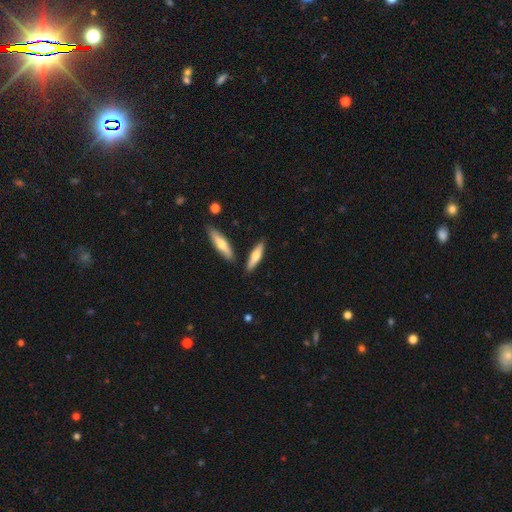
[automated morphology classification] A smooth galaxy with no disk features (57%) that is cigar-shaped (72%).

Vote fractions:
- Smooth or featured? smooth: 57% / featured or disk: 37% / star or artifact: 6%
- How rounded? cigar-shaped: 72% / in between: 26% / round: 2%
- Merging? none: 82% / minor disturbance: 9% / merger: 7% / major disturbance: 2%